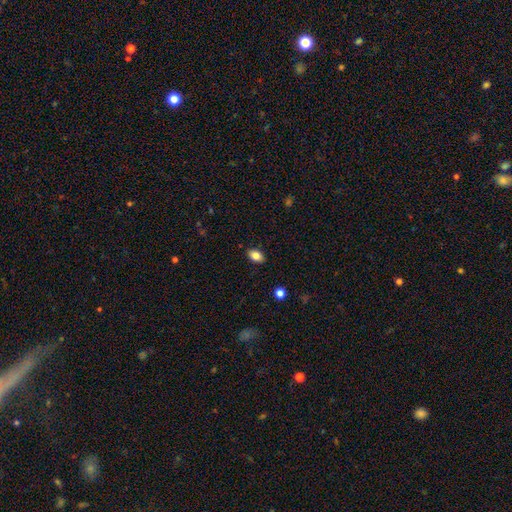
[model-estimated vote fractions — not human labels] smooth-or-featured: smooth: 83% | featured or disk: 9% | star or artifact: 9%
  how-rounded: in between: 86% | round: 12% | cigar-shaped: 2%
  merging: none: 88% | minor disturbance: 9% | major disturbance: 2% | merger: 1%